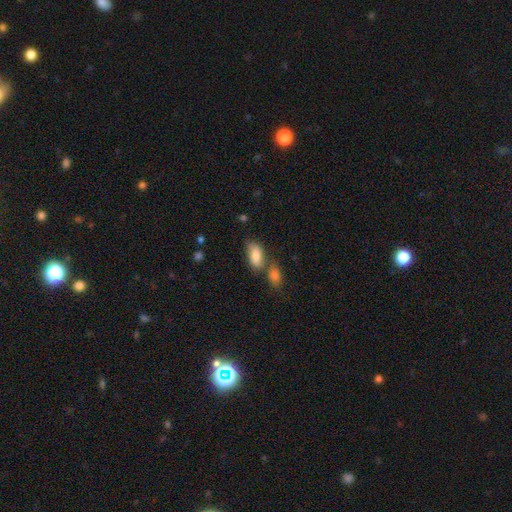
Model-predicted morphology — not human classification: Smooth or featured? Predicted: smooth (p=0.82). How rounded? Predicted: in between (p=0.90). Merging? Predicted: none (p=0.43).